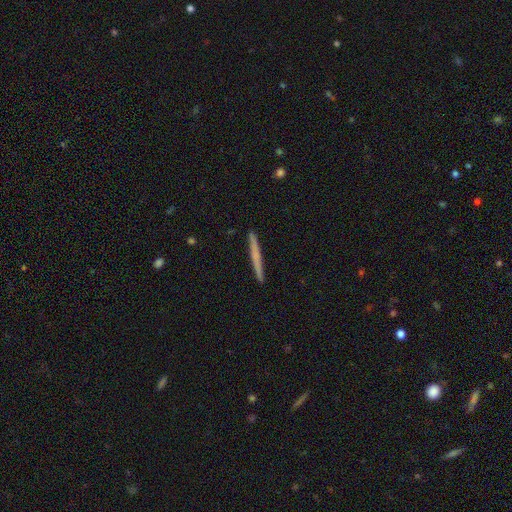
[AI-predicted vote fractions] This appears to be a smooth galaxy with no disk features (53%) that is cigar-shaped (97%). Merging: none (92%).